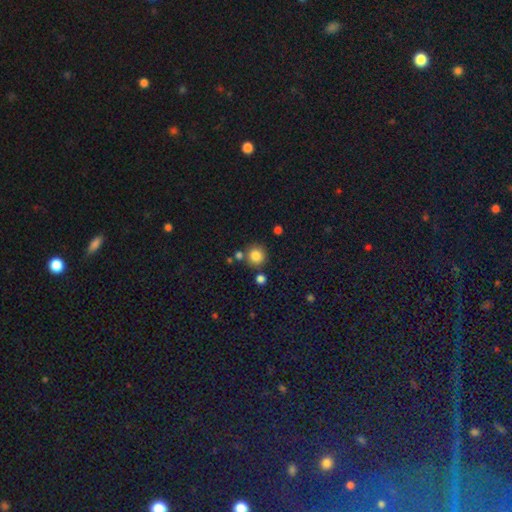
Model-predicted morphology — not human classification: Q: Smooth or featured?
A: smooth (83%); runner-up: star or artifact (11%)
Q: How rounded?
A: round (91%); runner-up: in between (8%)
Q: Merging?
A: none (77%); runner-up: merger (10%)